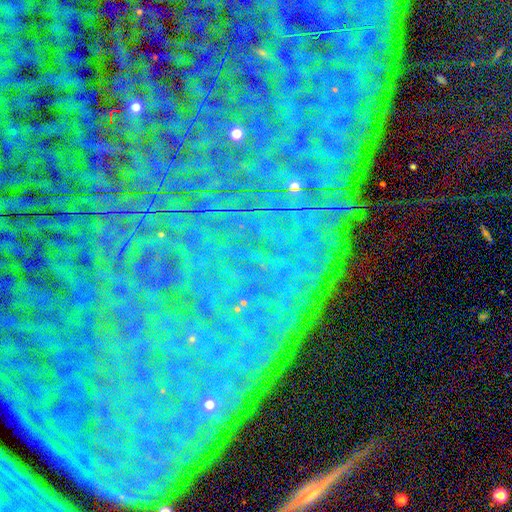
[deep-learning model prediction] smooth-or-featured: star or artifact: 83% | featured or disk: 10% | smooth: 7%